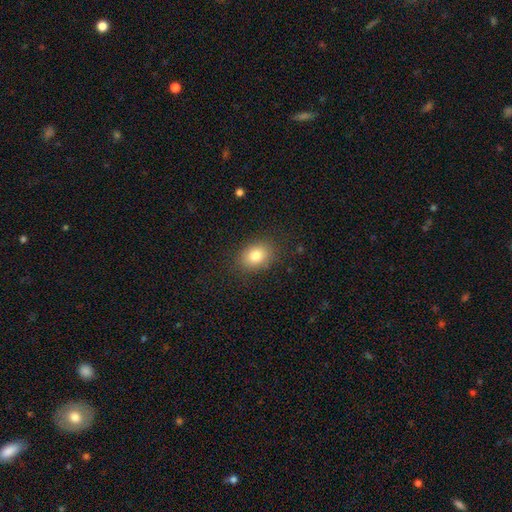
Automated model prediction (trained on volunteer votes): Morphology: type=smooth (81%); roundness=in between (62%); merging=none (85%).